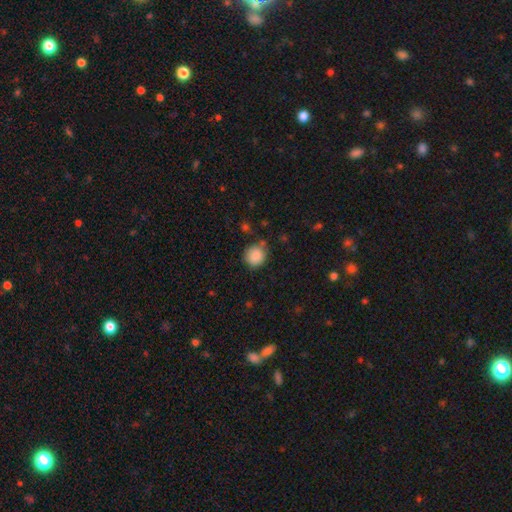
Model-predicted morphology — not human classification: smooth_or_featured: smooth (p=0.88) [alt: star or artifact p=0.08]
how_rounded: round (p=0.88) [alt: in between p=0.11]
merging: none (p=0.77) [alt: minor disturbance p=0.15]